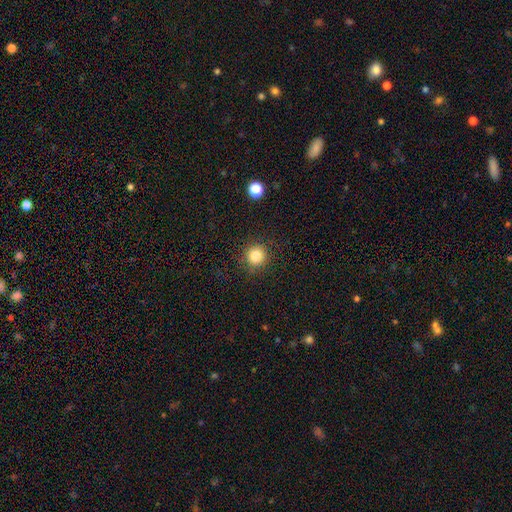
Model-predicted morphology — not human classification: A smooth galaxy with no disk features (83%) that is round (94%). Merging: none (89%).